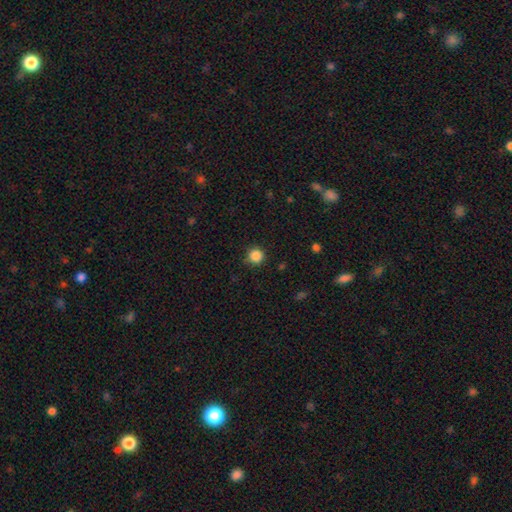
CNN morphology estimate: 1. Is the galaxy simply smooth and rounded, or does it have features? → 86% smooth, 11% star or artifact, 3% featured or disk.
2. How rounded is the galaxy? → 95% round, 4% in between, 1% cigar-shaped.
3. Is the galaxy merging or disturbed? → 88% none, 9% minor disturbance, 2% major disturbance, 1% merger.